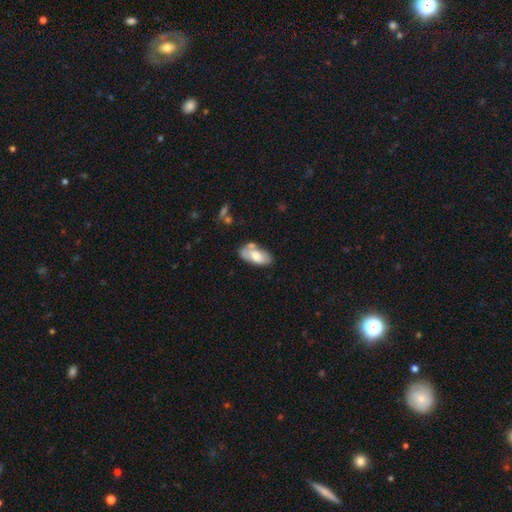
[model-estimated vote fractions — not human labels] Smooth or featured?
  - smooth: 66% *
  - featured or disk: 28%
  - star or artifact: 6%
How rounded?
  - in between: 93% *
  - cigar-shaped: 4%
  - round: 3%
Merging?
  - none: 52% *
  - minor disturbance: 24%
  - merger: 17%
  - major disturbance: 7%